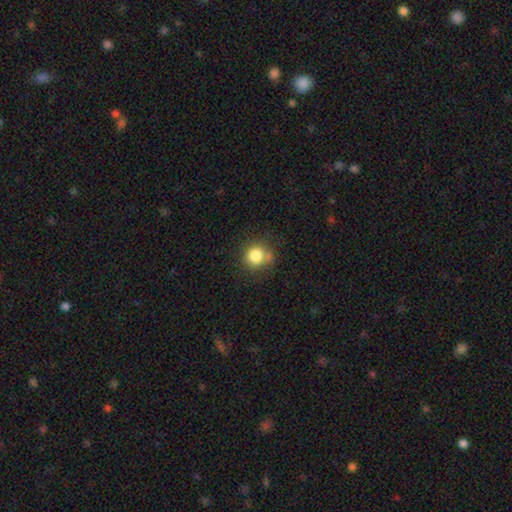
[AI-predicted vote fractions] Smooth or featured? Predicted: smooth (p=0.82). How rounded? Predicted: round (p=0.91). Merging? Predicted: none (p=0.72).